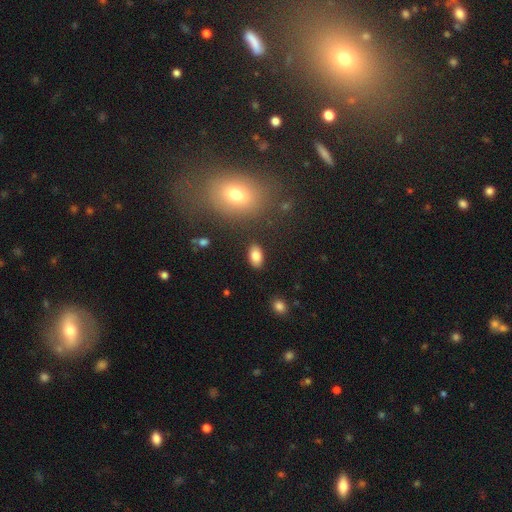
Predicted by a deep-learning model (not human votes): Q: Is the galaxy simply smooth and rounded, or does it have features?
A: smooth — 83%.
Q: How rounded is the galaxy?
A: in between — 92%.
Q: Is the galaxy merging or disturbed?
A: none — 87%.